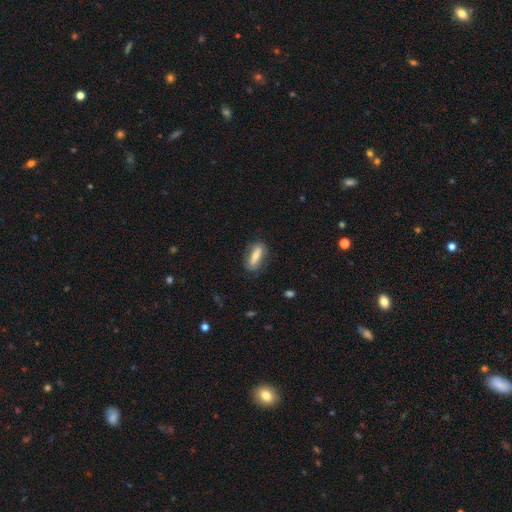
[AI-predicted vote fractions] The model was most divided on "how rounded": in between: 59%, cigar-shaped: 38%, round: 3%. More confident: merging — none (74%); smooth or featured — smooth (62%).